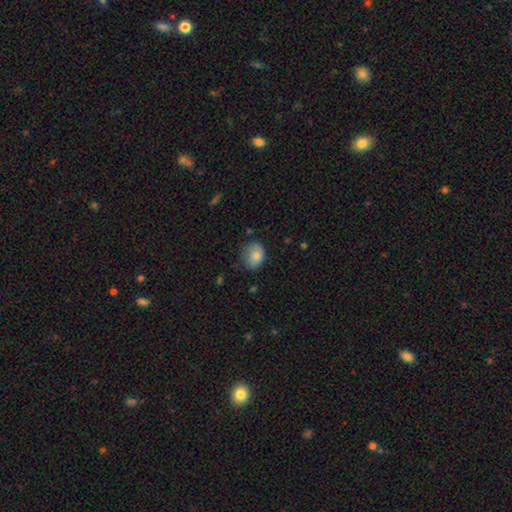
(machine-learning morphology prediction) This is clearly a smooth galaxy (82%). How rounded: possibly in between (56%). Merging: possibly none (57%).